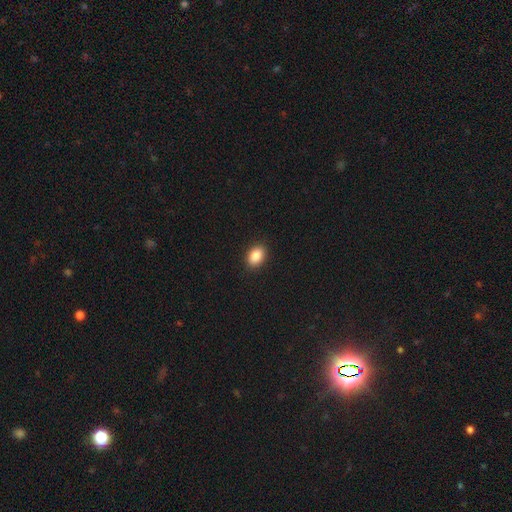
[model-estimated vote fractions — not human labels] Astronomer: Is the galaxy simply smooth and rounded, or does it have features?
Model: smooth — 88%.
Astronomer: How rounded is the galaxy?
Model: in between — 81%.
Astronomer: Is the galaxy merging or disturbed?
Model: none — 91%.